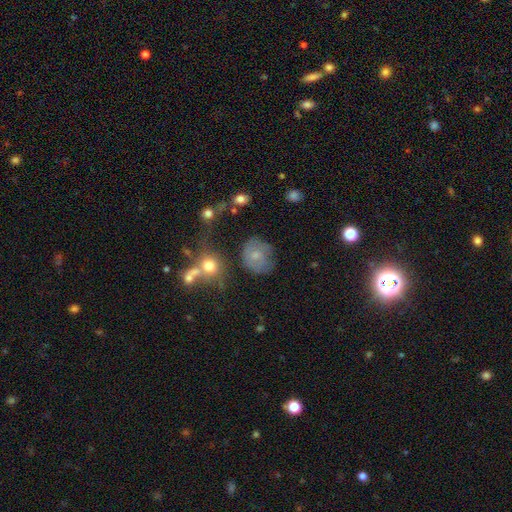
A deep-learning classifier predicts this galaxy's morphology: Overall: smooth (58%; featured or disk 31%). How rounded: round (64%; in between 34%). Merging: none (50%; minor disturbance 27%).